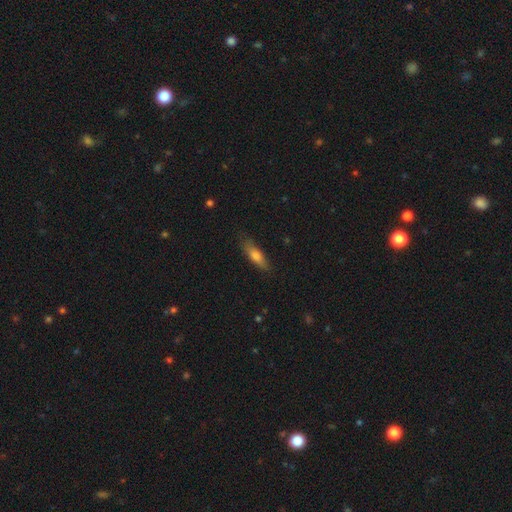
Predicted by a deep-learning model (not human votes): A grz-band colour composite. It shows a smooth galaxy with no disk features (71%) that is cigar-shaped (54%). Merging: none (79%).